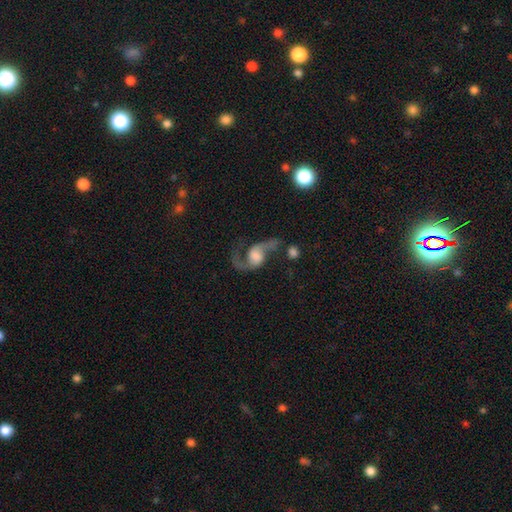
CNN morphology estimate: A featured or disk galaxy (84%) with no bar (53%), 2 (90%) loose (77%) spiral arms (95%) and a large central bulge (38%).

Vote fractions:
- Smooth or featured? featured or disk: 84% / smooth: 9% / star or artifact: 6%
- Edge-on disk? no: 97% / yes: 3%
- Bar? no: 53% / weak: 36% / strong: 11%
- Spiral arms? yes: 95% / no: 5%
- Spiral winding? loose: 77% / medium: 19% / tight: 4%
- Spiral arm count? 2: 90% / 1: 6% / can't tell: 2% / 3: 1% / 4: 1% / more than 4: 1%
- Bulge size? large: 38% / moderate: 23% / none: 18% / small: 12% / dominant: 8%
- Merging? none: 51% / major disturbance: 21% / minor disturbance: 16% / merger: 12%